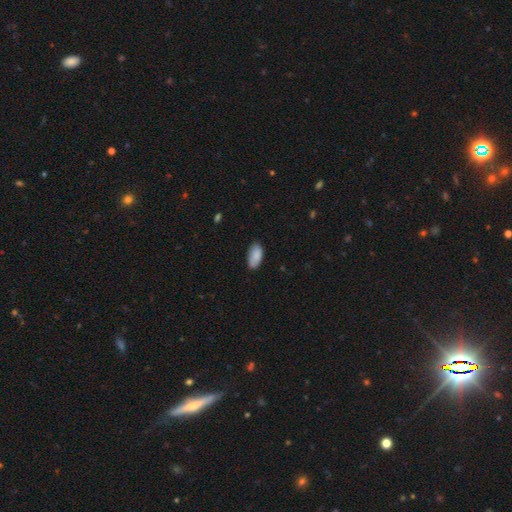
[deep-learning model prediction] A smooth galaxy with no disk features (87%) that is in between round and cigar-shaped (92%).

Vote fractions:
- Smooth or featured? smooth: 87% / star or artifact: 7% / featured or disk: 7%
- How rounded? in between: 92% / cigar-shaped: 6% / round: 2%
- Merging? none: 76% / minor disturbance: 19% / major disturbance: 3% / merger: 1%